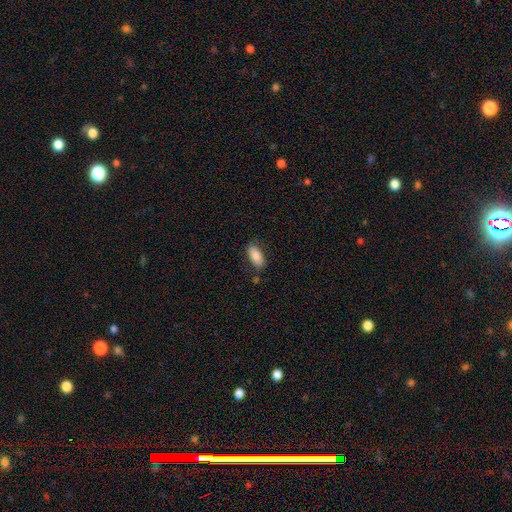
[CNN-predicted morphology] smooth_or_featured: smooth (p=0.82) [alt: featured or disk p=0.11]
how_rounded: in between (p=0.90) [alt: cigar-shaped p=0.07]
merging: none (p=0.77) [alt: minor disturbance p=0.16]